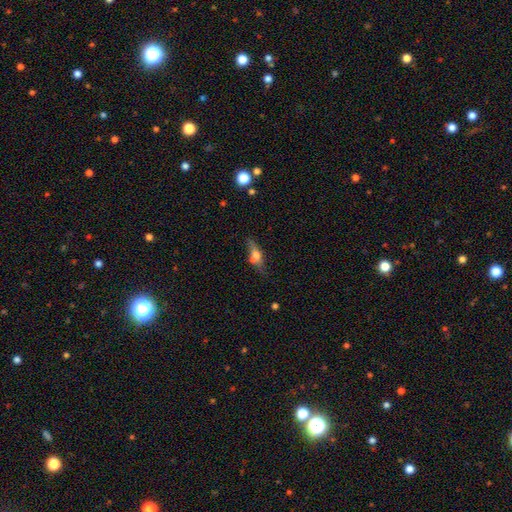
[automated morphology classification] Smooth or featured?
  - smooth: 47% *
  - featured or disk: 43%
  - star or artifact: 10%
Merging?
  - none: 51% *
  - minor disturbance: 22%
  - merger: 17%
  - major disturbance: 10%